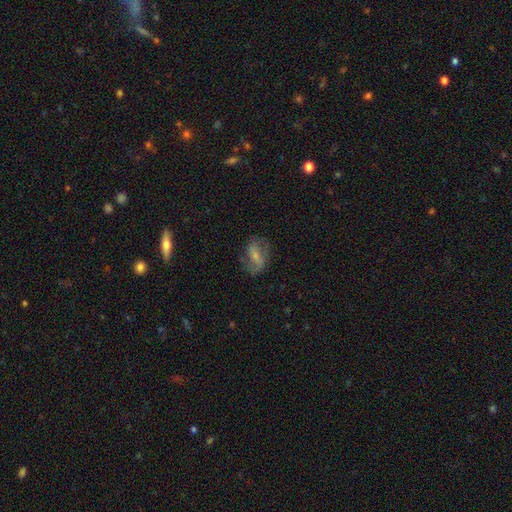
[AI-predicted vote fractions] The model was most divided on "bar": strong: 39%, weak: 38%, no: 23%. More confident: edge-on disk — no (95%); spiral arms — yes (80%); merging — none (67%); smooth or featured — featured or disk (60%); bulge size — small (56%).